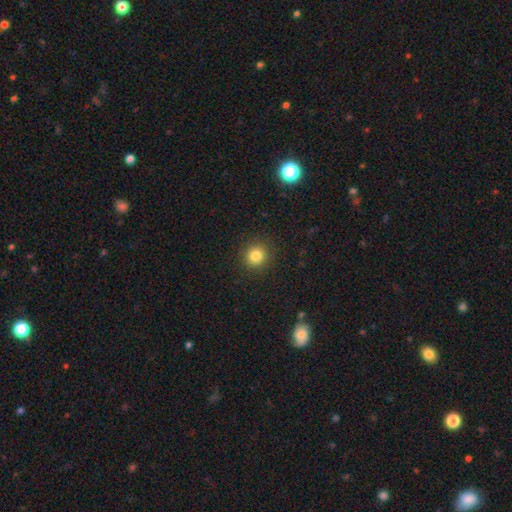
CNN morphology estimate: The model was most divided on "smooth or featured": smooth: 82%, star or artifact: 12%, featured or disk: 6%. More confident: how rounded — round (91%); merging — none (90%).